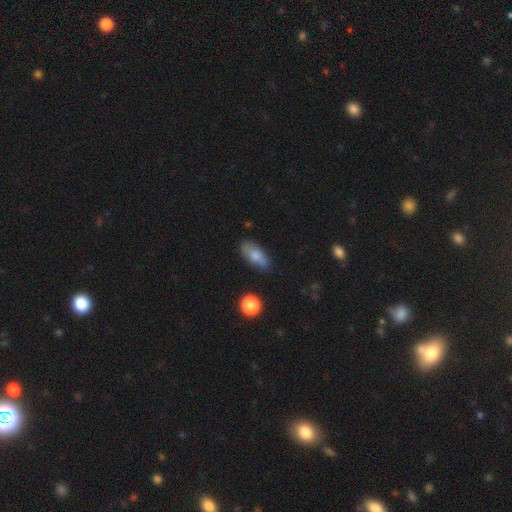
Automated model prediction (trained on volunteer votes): Q: Smooth or featured?
A: smooth (74%); runner-up: featured or disk (19%)
Q: How rounded?
A: in between (84%); runner-up: cigar-shaped (12%)
Q: Merging?
A: none (74%); runner-up: minor disturbance (20%)